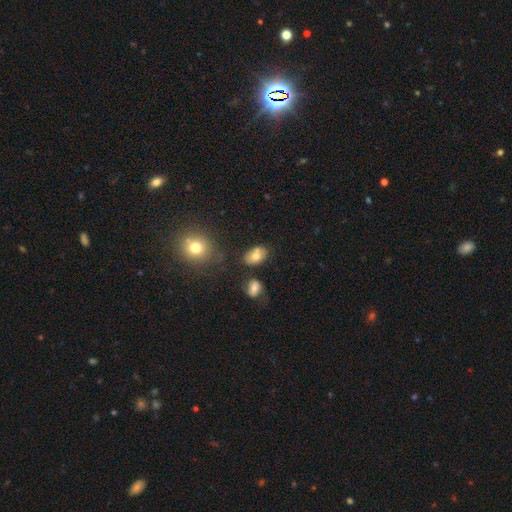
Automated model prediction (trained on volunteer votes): A smooth galaxy with no disk features (73%) that is in between round and cigar-shaped (83%). Merging: none (66%).